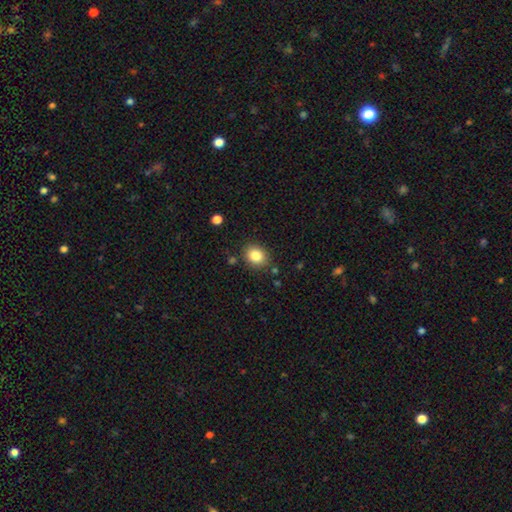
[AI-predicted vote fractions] smooth 84%, star or artifact 10%, featured or disk 7%. Down the decision tree: how rounded — round (60%); merging — none (85%).